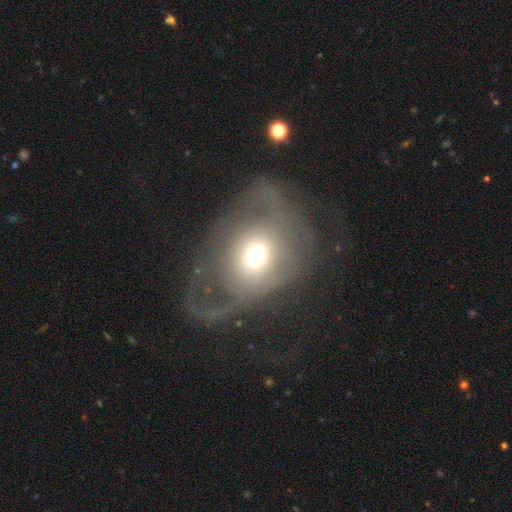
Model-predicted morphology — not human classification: smooth-or-featured: smooth: 50% | featured or disk: 35% | star or artifact: 15%
  how-rounded: round: 72% | in between: 27% | cigar-shaped: 1%
  merging: major disturbance: 44% | none: 38% | minor disturbance: 14% | merger: 4%